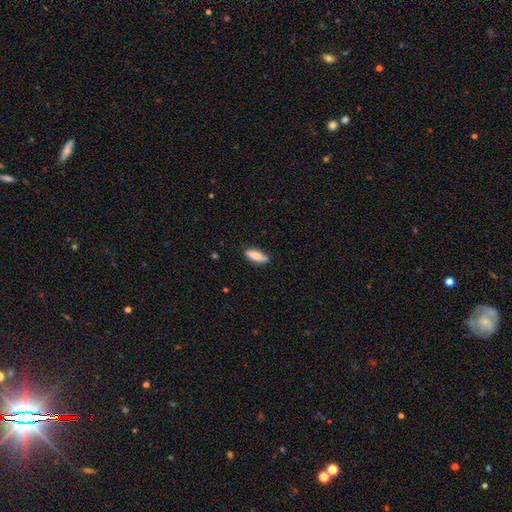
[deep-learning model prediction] A smooth galaxy with no disk features (85%) that is in between round and cigar-shaped (62%). Merging: none (81%).